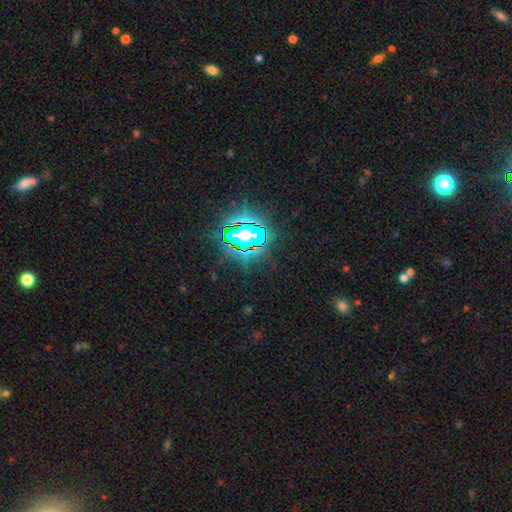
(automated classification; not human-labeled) The model was most divided on "smooth or featured": star or artifact: 83%, smooth: 10%, featured or disk: 7%.